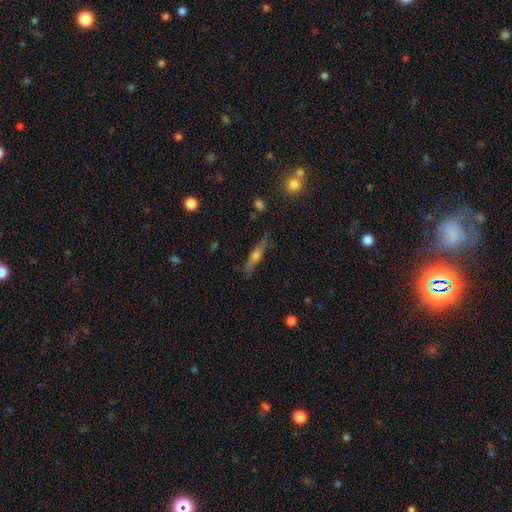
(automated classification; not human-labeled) This is possibly a featured or disk galaxy (53%). It is clearly viewed edge-on (94%). Merging: clearly none (83%).